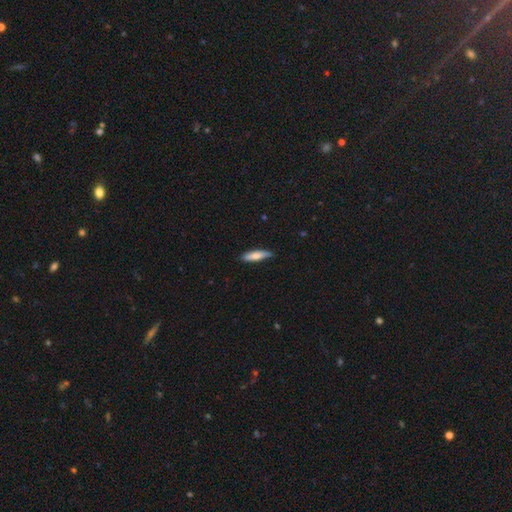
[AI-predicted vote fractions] This is likely a smooth galaxy (71%). How rounded: likely cigar-shaped (75%). Merging: clearly none (85%).